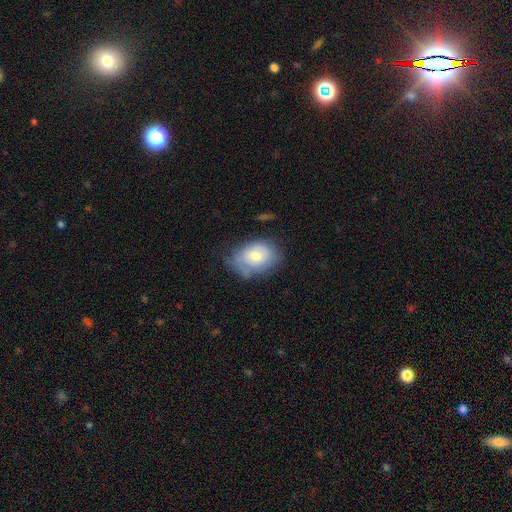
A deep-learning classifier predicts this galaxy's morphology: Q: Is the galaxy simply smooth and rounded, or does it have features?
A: smooth — 64%.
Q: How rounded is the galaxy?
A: in between — 69%.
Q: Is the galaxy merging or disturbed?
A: none — 48%.